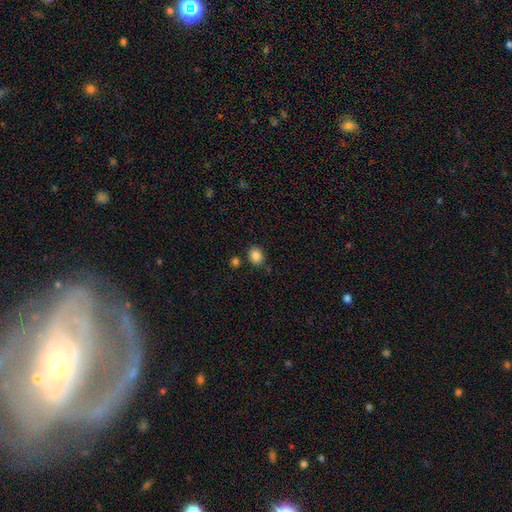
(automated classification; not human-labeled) Morphology: type=smooth (86%); roundness=round (53%); merging=none (81%).